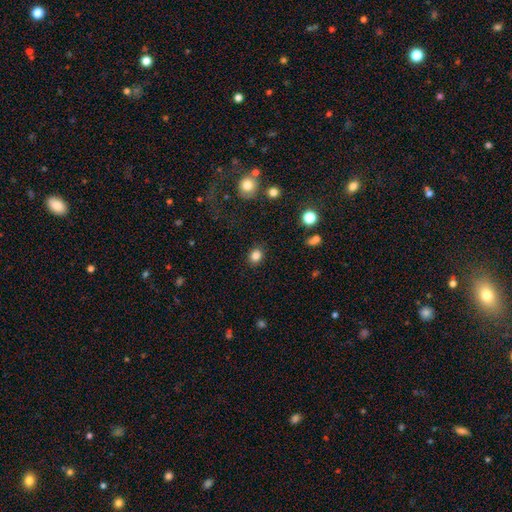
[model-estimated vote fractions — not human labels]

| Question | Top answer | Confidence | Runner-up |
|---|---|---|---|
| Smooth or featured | smooth | 84% | star or artifact (11%) |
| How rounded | round | 64% | in between (35%) |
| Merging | none | 88% | minor disturbance (8%) |